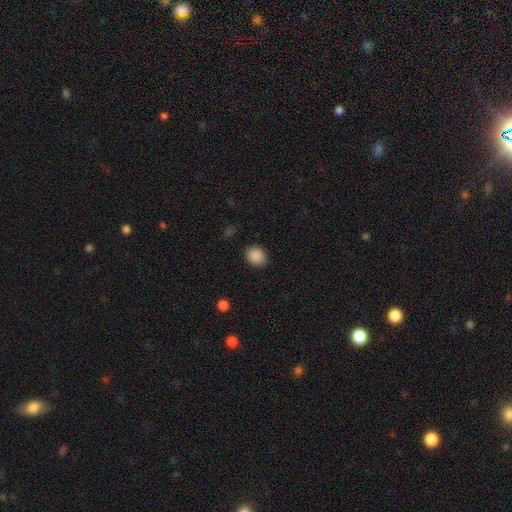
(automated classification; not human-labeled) This appears to be a smooth galaxy with no disk features (89%) that is round (52%). Merging: none (87%).